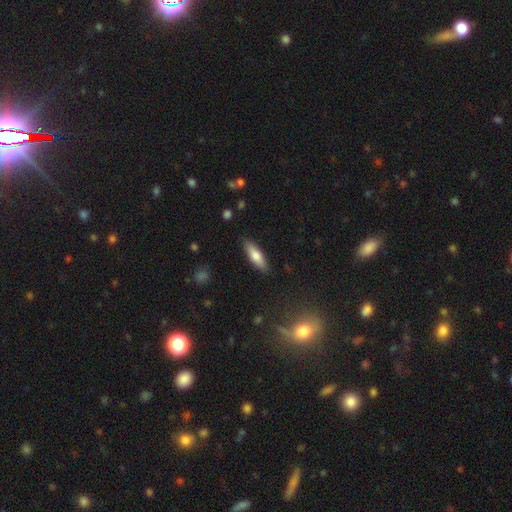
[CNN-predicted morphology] A smooth galaxy with no disk features (71%) that is cigar-shaped (55%). Merging: none (87%).